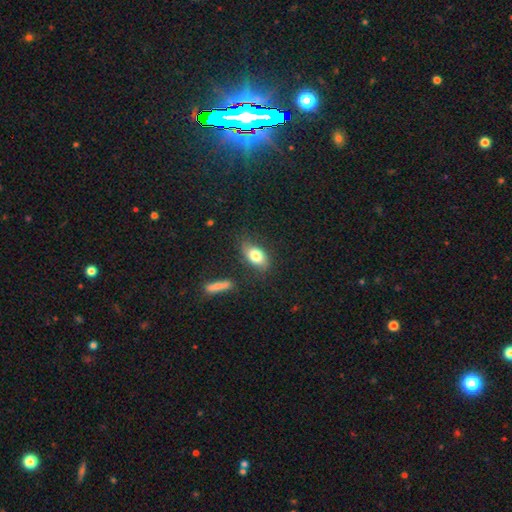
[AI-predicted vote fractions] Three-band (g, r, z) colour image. It shows a smooth galaxy with no disk features (77%) that is in between round and cigar-shaped (86%). Merging: none (73%).